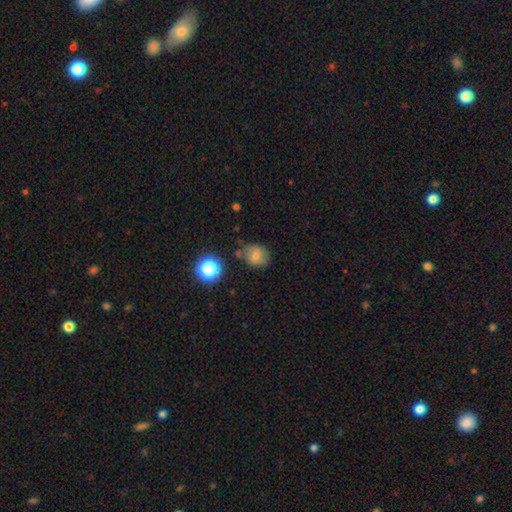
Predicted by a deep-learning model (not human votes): smooth 71%, featured or disk 14%, star or artifact 14%. Down the decision tree: how rounded — round (68%); merging — none (61%).